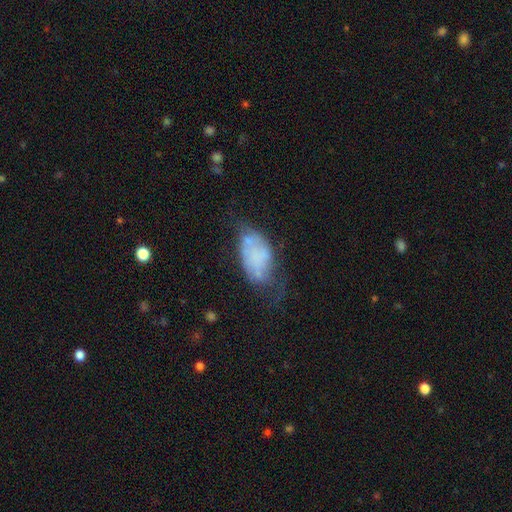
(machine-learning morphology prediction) Smooth or featured: smooth — 50% (featured or disk — 40%)
Merging: major disturbance — 34% (minor disturbance — 32%)